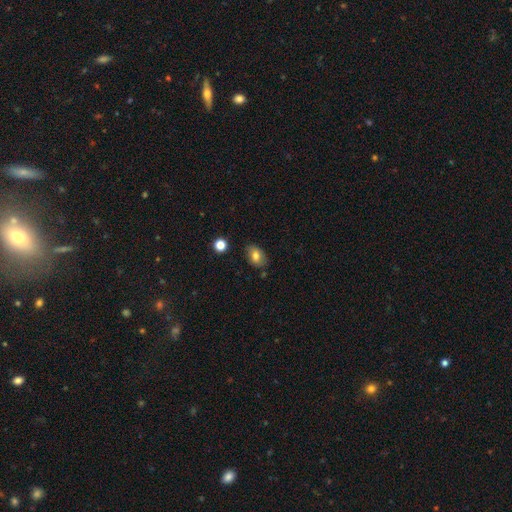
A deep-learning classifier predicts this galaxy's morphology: Overall: smooth (77%). How rounded: in between (82%). Merging: none (80%).